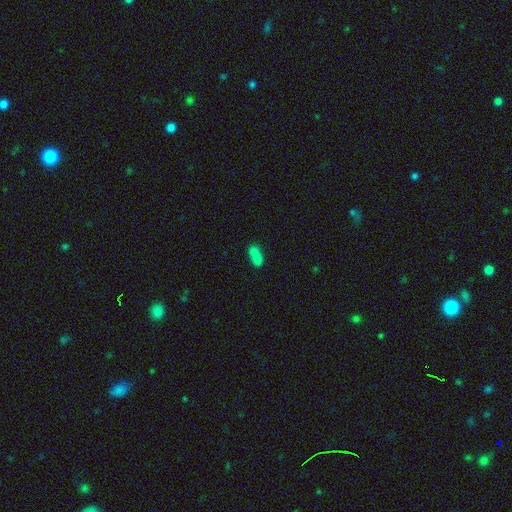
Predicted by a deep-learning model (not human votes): smooth 75%, featured or disk 13%, star or artifact 12%. Down the decision tree: how rounded — in between (81%); merging — merger (43%).